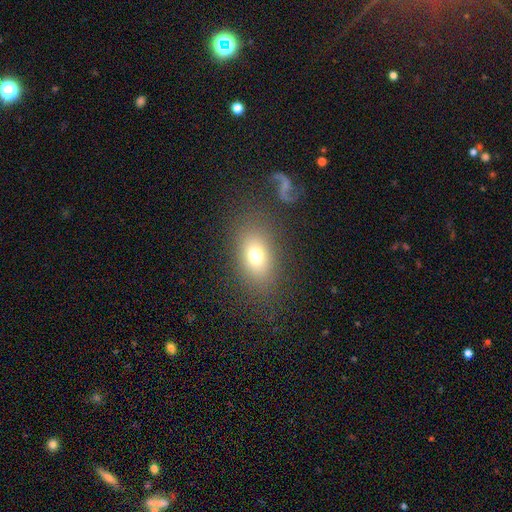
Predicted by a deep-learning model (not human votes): Smooth or featured? Predicted: smooth (p=0.70). How rounded? Predicted: in between (p=0.76). Merging? Predicted: none (p=0.80).